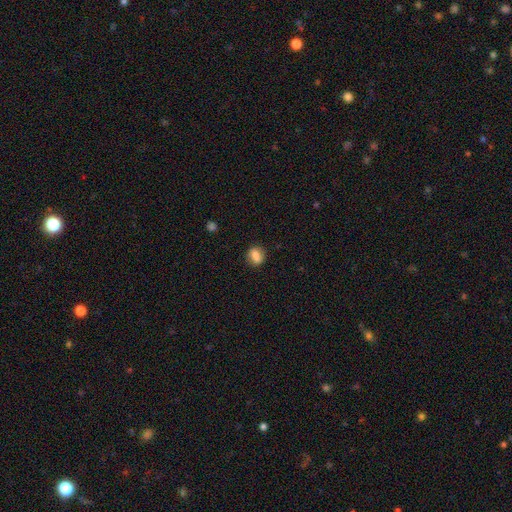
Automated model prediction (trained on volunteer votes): smooth-or-featured: smooth: 78% | featured or disk: 13% | star or artifact: 9%
  how-rounded: in between: 55% | round: 41% | cigar-shaped: 4%
  merging: none: 84% | minor disturbance: 11% | major disturbance: 3% | merger: 1%